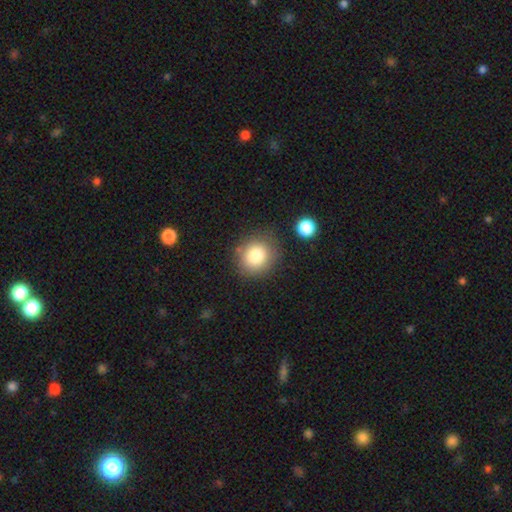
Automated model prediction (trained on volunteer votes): Smooth or featured? smooth (82%)
How rounded? round (83%)
Merging? none (78%)